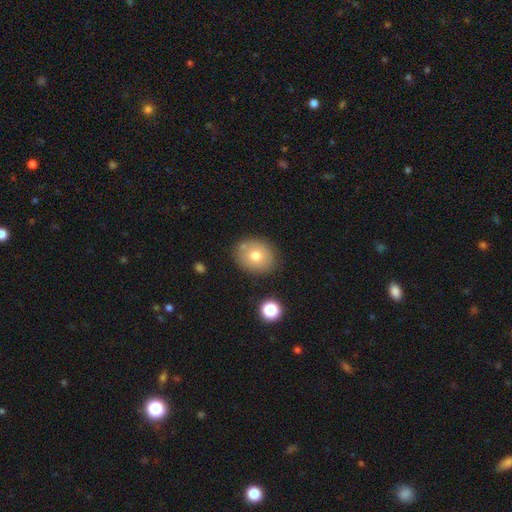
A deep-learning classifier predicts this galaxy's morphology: A smooth galaxy with no disk features (72%) that is round (62%). Merging: none (78%).